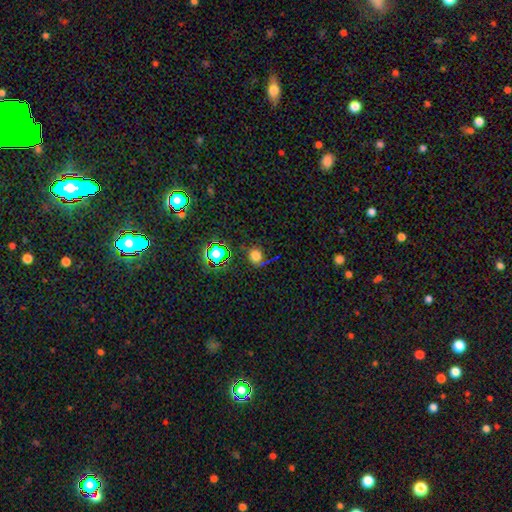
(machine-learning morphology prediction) type=smooth (69%); roundness=round (80%); merging=none (70%).